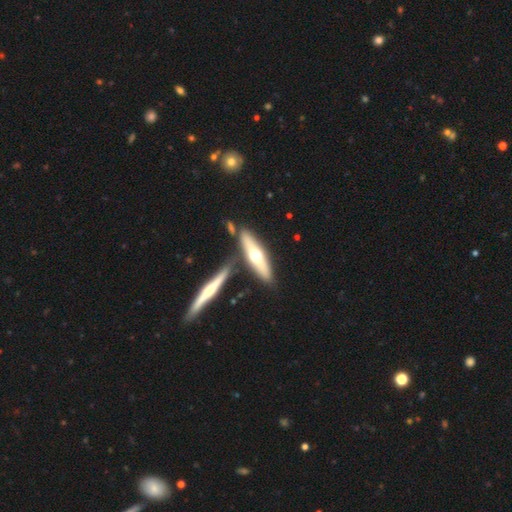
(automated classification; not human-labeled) A featured or disk galaxy (54%) viewed edge-on (87%).

Vote fractions:
- Smooth or featured? featured or disk: 54% / smooth: 40% / star or artifact: 6%
- Edge-on disk? yes: 87% / no: 13%
- Merging? none: 67% / merger: 19% / minor disturbance: 11% / major disturbance: 3%